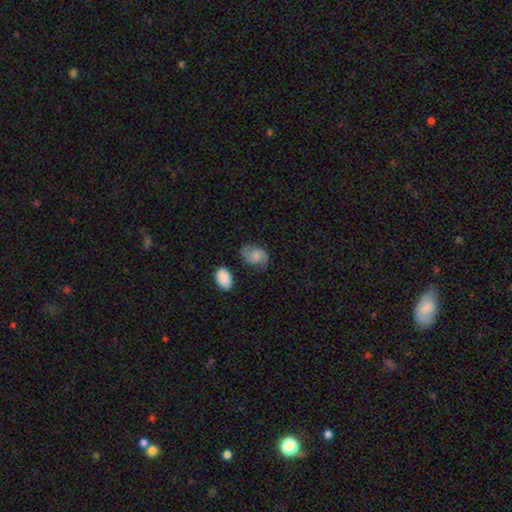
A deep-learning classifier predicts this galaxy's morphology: Smooth or featured? featured or disk (59%)
Edge-on disk? no (98%)
Bar? no (59%)
Spiral arms? yes (93%)
Spiral winding? medium (49%)
Spiral arm count? 2 (89%)
Bulge size? none (45%)
Merging? none (66%)